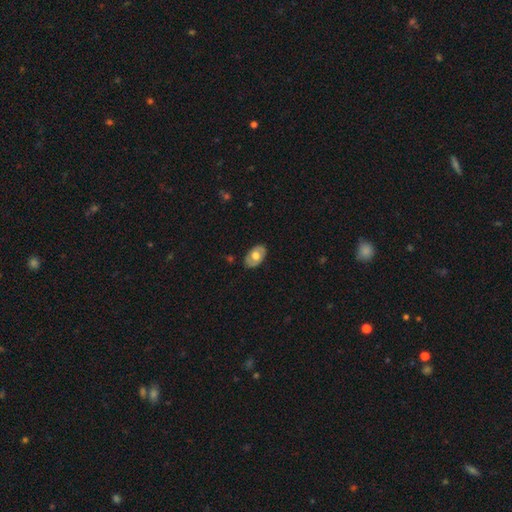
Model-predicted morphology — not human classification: Smooth or featured? Predicted: smooth (p=0.55). How rounded? Predicted: in between (p=0.89). Merging? Predicted: none (p=0.83).